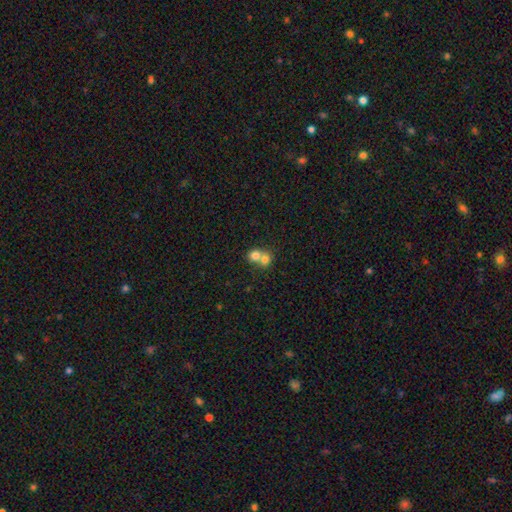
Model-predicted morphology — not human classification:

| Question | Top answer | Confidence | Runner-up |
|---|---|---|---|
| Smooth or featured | smooth | 76% | featured or disk (14%) |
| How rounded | round | 76% | in between (23%) |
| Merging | merger | 67% | none (27%) |